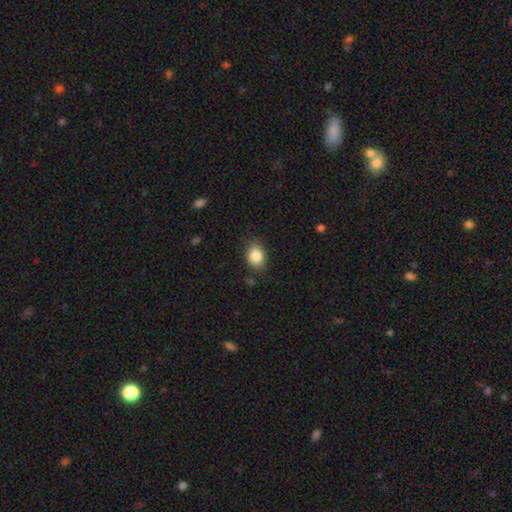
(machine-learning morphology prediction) A smooth galaxy with no disk features (86%) that is in between round and cigar-shaped (65%). Merging: none (83%).